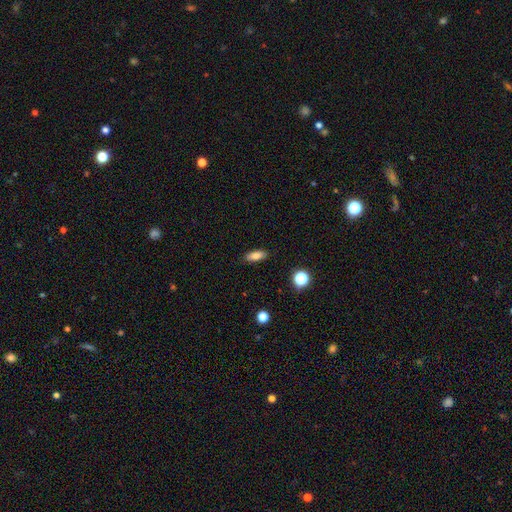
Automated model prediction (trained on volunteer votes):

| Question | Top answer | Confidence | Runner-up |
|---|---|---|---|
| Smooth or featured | smooth | 79% | featured or disk (12%) |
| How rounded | in between | 75% | cigar-shaped (21%) |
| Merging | none | 88% | minor disturbance (9%) |